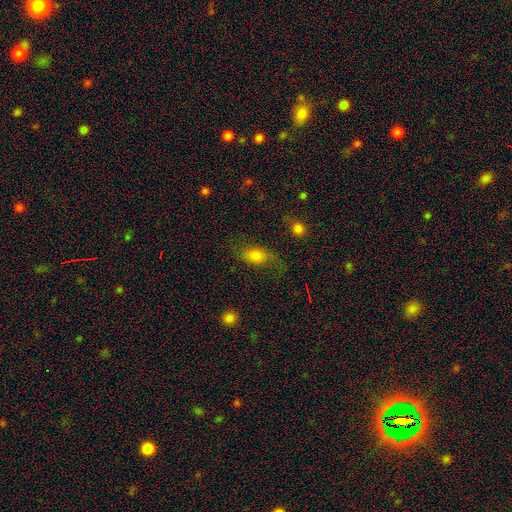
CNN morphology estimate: The model was most divided on "merging": none: 56%, minor disturbance: 23%, major disturbance: 18%, merger: 4%. More confident: how rounded — in between (80%); smooth or featured — smooth (67%).